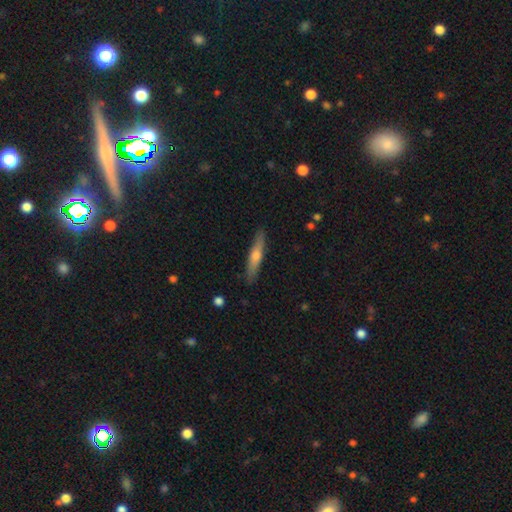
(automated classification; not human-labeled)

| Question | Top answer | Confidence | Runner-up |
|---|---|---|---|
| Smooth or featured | smooth | 50% | featured or disk (44%) |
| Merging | none | 88% | minor disturbance (9%) |